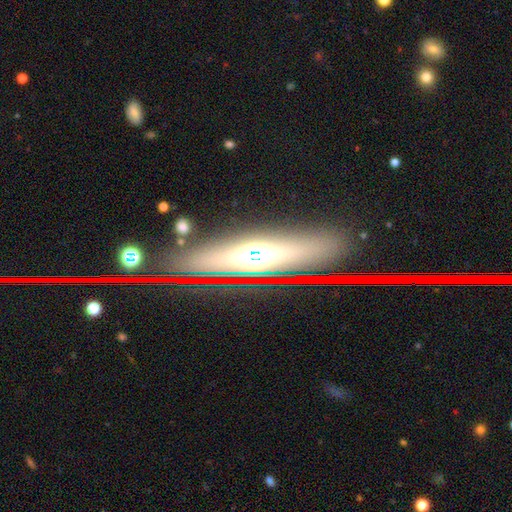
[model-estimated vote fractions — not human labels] featured or disk 45%, smooth 34%, star or artifact 21%. Down the decision tree: merging — none (88%).